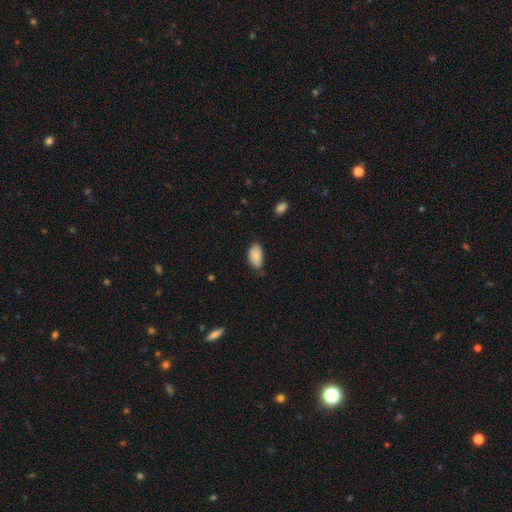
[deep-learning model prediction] This appears to be a smooth galaxy with no disk features (85%) that is in between round and cigar-shaped (94%). Merging: none (57%).